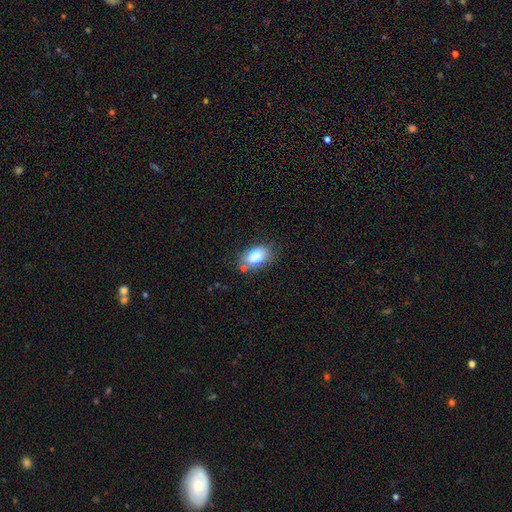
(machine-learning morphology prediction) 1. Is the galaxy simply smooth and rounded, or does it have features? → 80% smooth, 11% featured or disk, 9% star or artifact.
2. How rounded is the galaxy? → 86% in between, 12% round, 2% cigar-shaped.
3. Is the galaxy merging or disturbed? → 72% none, 17% minor disturbance, 7% merger, 4% major disturbance.